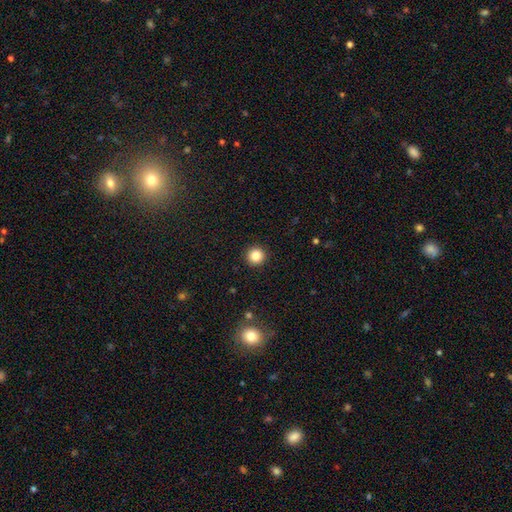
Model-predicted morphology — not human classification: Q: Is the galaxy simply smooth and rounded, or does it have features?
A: smooth — 84%.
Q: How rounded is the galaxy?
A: round — 95%.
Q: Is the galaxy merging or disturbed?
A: none — 93%.